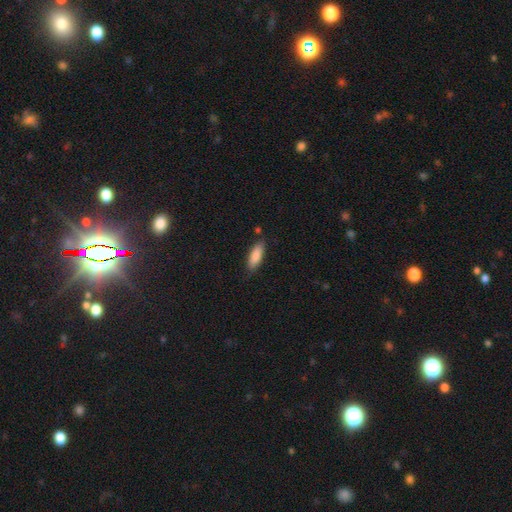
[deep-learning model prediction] smooth-or-featured: smooth: 86% | featured or disk: 8% | star or artifact: 6%
  how-rounded: in between: 61% | cigar-shaped: 37% | round: 2%
  merging: none: 79% | minor disturbance: 15% | merger: 3% | major disturbance: 3%